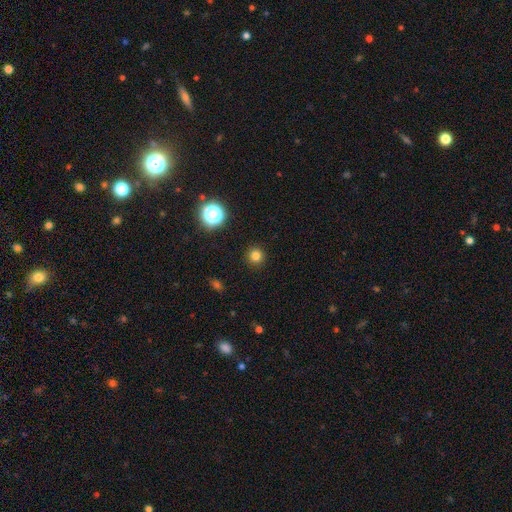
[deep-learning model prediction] Smooth or featured? smooth (79%)
How rounded? round (94%)
Merging? none (91%)